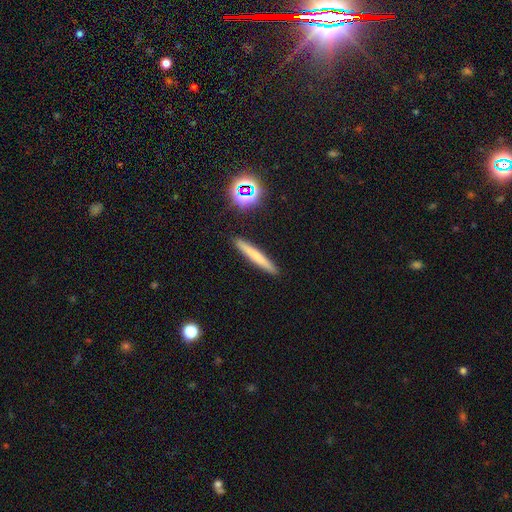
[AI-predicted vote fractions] Morphology: type=smooth (62%); roundness=cigar-shaped (95%); merging=none (91%).